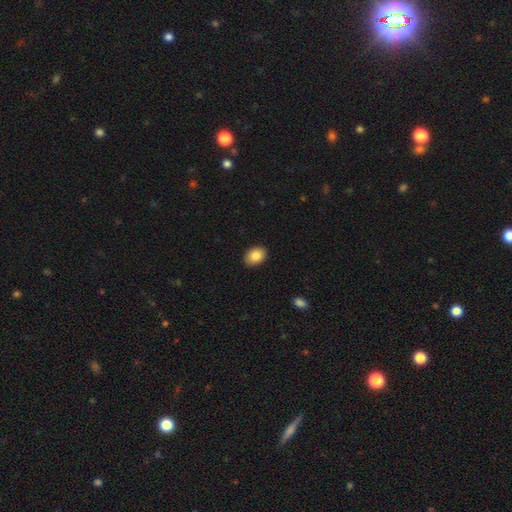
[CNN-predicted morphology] Overall: smooth (85%). How rounded: in between (75%). Merging: none (90%).